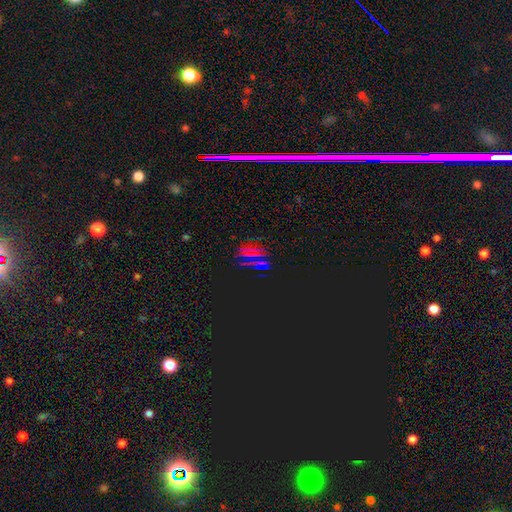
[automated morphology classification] Smooth or featured: star or artifact — 69% (smooth — 23%)